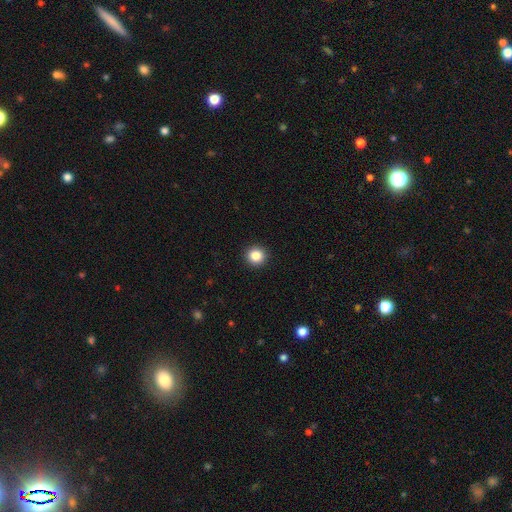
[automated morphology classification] smooth-or-featured: smooth: 85% | star or artifact: 10% | featured or disk: 4%
  how-rounded: round: 94% | in between: 5% | cigar-shaped: 1%
  merging: none: 93% | minor disturbance: 4% | major disturbance: 2% | merger: 1%